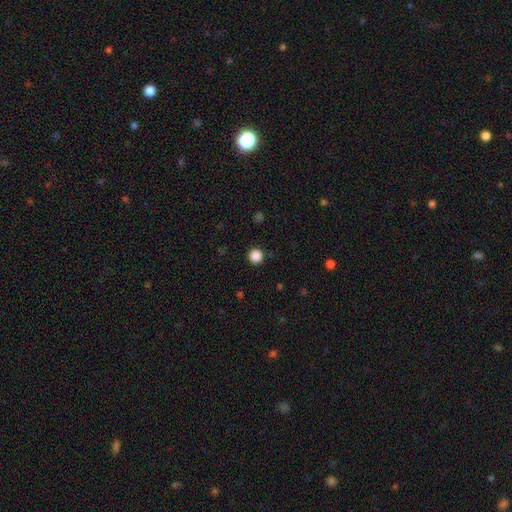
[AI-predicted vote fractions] The model was most divided on "smooth or featured": smooth: 87%, star or artifact: 11%, featured or disk: 2%. More confident: how rounded — round (96%); merging — none (92%).